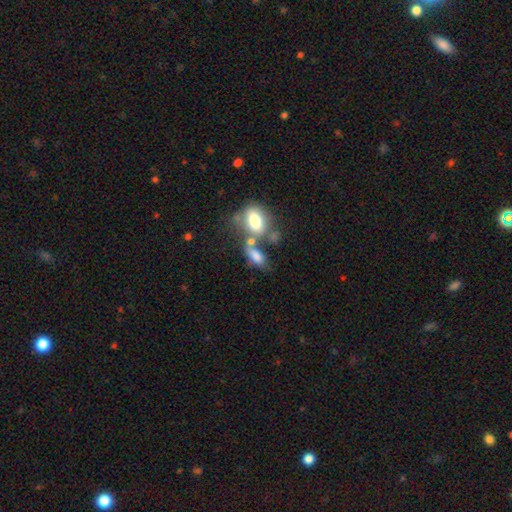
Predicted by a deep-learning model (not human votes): A smooth galaxy with no disk features (74%) that is in between round and cigar-shaped (83%).

Vote fractions:
- Smooth or featured? smooth: 74% / featured or disk: 16% / star or artifact: 10%
- How rounded? in between: 83% / round: 9% / cigar-shaped: 8%
- Merging? merger: 46% / none: 30% / minor disturbance: 13% / major disturbance: 10%